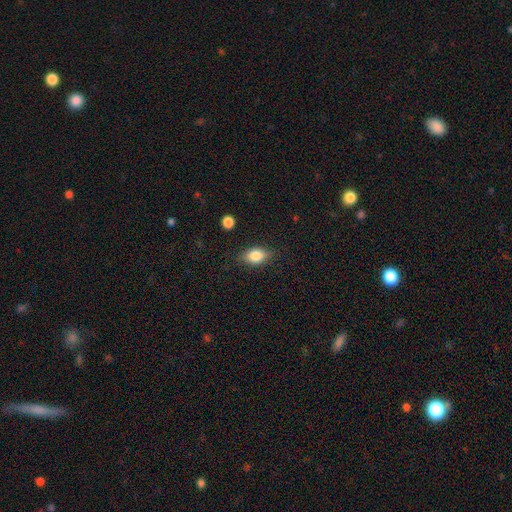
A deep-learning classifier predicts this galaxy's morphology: A smooth galaxy with no disk features (81%) that is in between round and cigar-shaped (80%).

Vote fractions:
- Smooth or featured? smooth: 81% / featured or disk: 11% / star or artifact: 8%
- How rounded? in between: 80% / round: 17% / cigar-shaped: 3%
- Merging? none: 82% / minor disturbance: 13% / major disturbance: 3% / merger: 1%